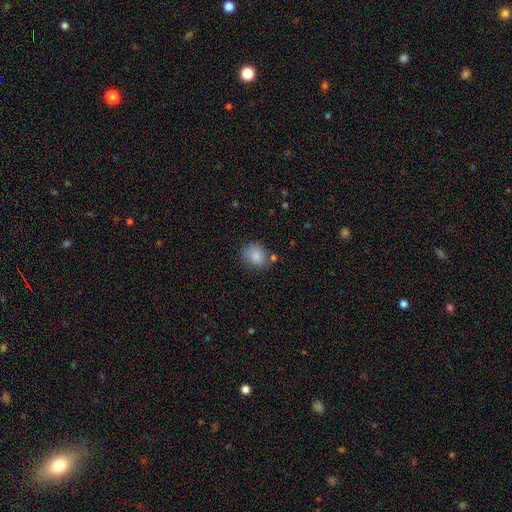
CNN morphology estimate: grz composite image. It shows a smooth galaxy with no disk features (85%) that is round (57%). Merging: none (73%).